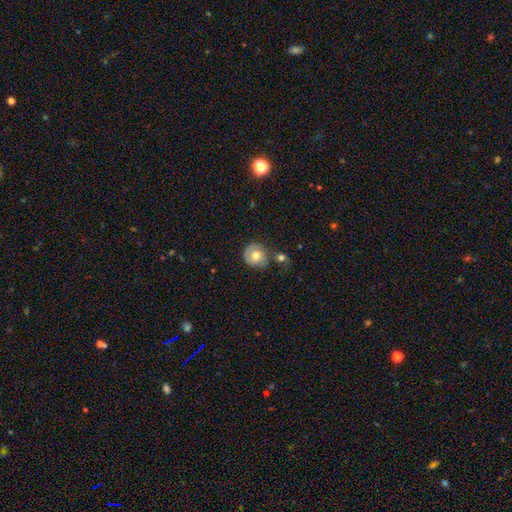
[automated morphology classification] The model was most divided on "smooth or featured": smooth: 52%, featured or disk: 41%, star or artifact: 7%. More confident: how rounded — round (82%); merging — none (55%).